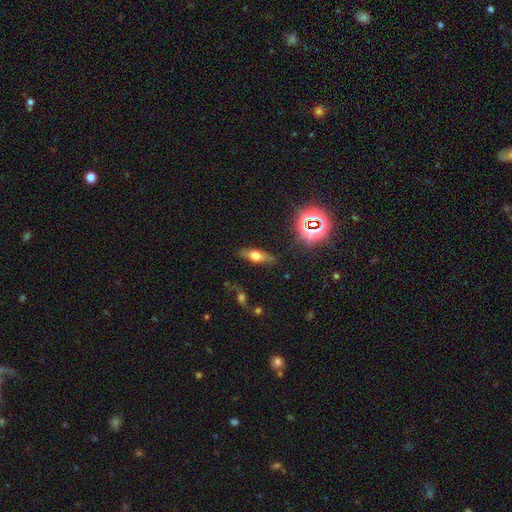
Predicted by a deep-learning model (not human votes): Smooth or featured? Predicted: smooth (p=0.48). Merging? Predicted: none (p=0.81).